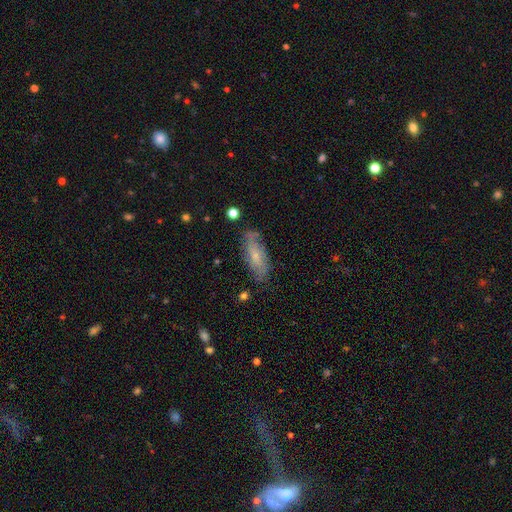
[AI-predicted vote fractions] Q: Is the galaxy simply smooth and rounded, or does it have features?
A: smooth — 49%.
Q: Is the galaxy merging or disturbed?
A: none — 72%.